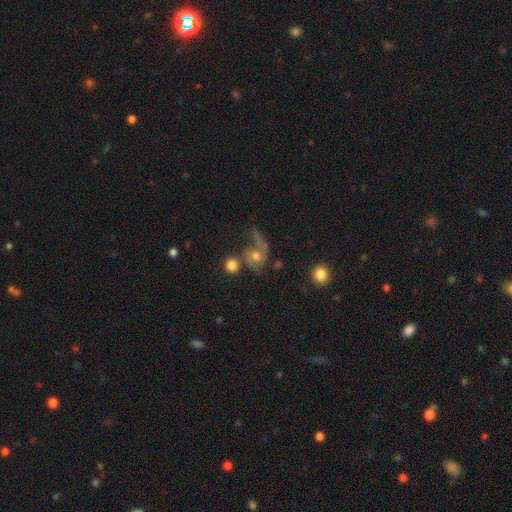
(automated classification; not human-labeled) Q: Smooth or featured?
A: featured or disk (58%); runner-up: smooth (27%)
Q: Edge-on disk?
A: no (95%); runner-up: yes (5%)
Q: Bar?
A: no (74%); runner-up: weak (21%)
Q: Spiral arms?
A: yes (79%); runner-up: no (21%)
Q: Bulge size?
A: moderate (58%); runner-up: small (27%)
Q: Merging?
A: none (35%); runner-up: major disturbance (31%)